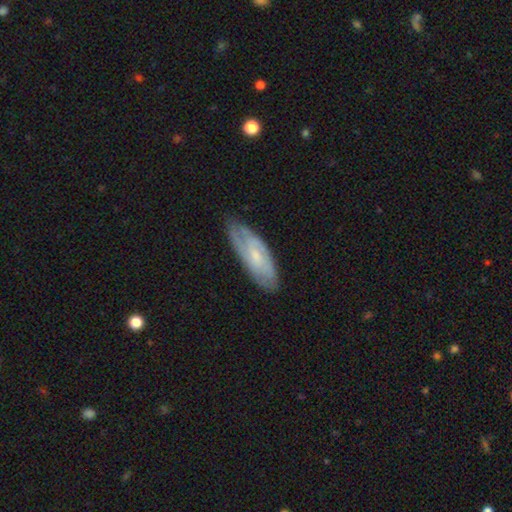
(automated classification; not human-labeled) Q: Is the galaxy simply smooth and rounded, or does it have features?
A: featured or disk — 61%.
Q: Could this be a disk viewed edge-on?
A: no — 84%.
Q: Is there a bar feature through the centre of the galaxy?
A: no — 56%.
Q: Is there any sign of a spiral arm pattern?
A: yes — 84%.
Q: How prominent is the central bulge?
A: small — 62%.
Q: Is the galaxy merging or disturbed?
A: none — 73%.